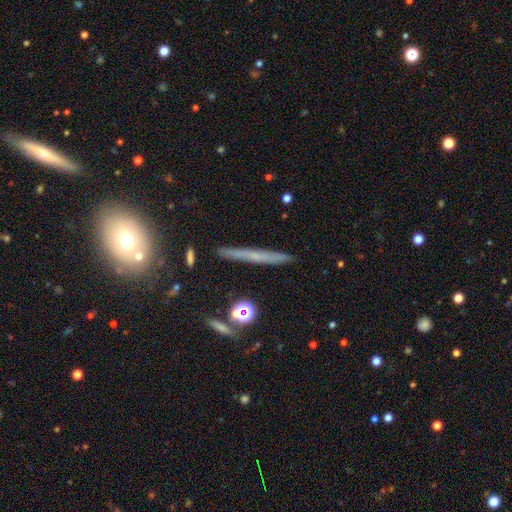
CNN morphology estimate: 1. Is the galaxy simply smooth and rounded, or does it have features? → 52% featured or disk, 35% smooth, 13% star or artifact.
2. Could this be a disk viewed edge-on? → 93% yes, 7% no.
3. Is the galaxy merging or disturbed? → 87% none, 9% minor disturbance, 2% major disturbance, 2% merger.